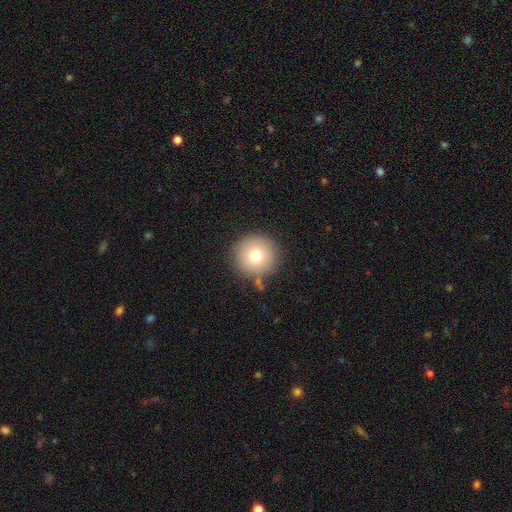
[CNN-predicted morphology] This is likely a smooth galaxy (77%). How rounded: clearly round (96%). Merging: clearly none (84%).